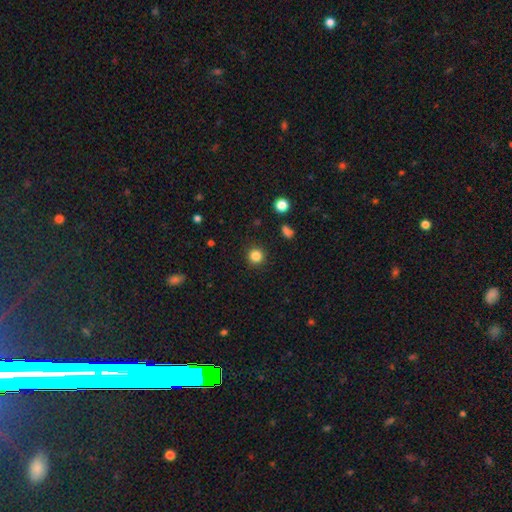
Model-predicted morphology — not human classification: This appears to be a smooth galaxy with no disk features (84%) that is round (94%). Merging: none (92%).